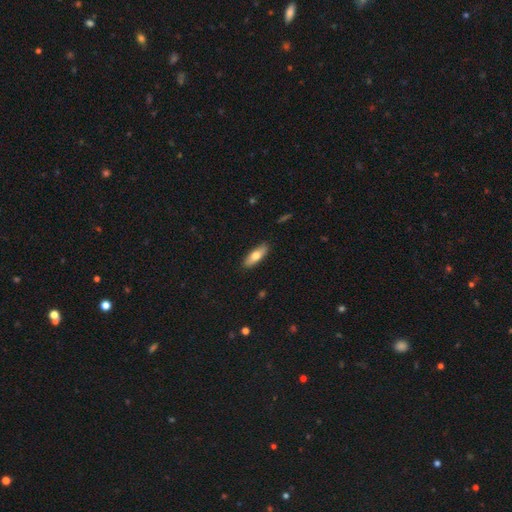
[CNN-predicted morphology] A smooth galaxy with no disk features (69%) that is in between round and cigar-shaped (62%).

Vote fractions:
- Smooth or featured? smooth: 69% / featured or disk: 25% / star or artifact: 6%
- How rounded? in between: 62% / cigar-shaped: 35% / round: 3%
- Merging? none: 87% / minor disturbance: 10% / major disturbance: 2% / merger: 1%